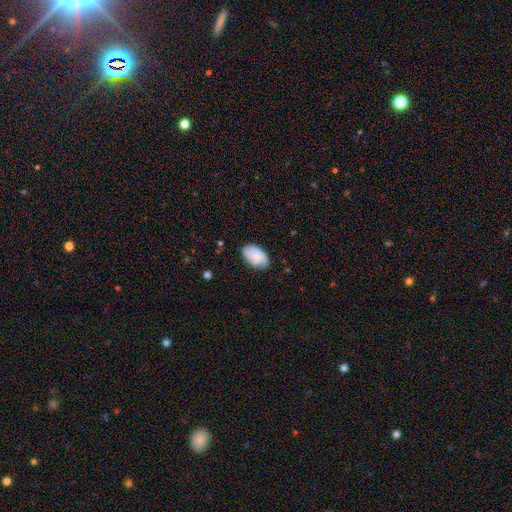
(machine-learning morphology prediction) Overall: smooth (63%; featured or disk 30%). How rounded: in between (92%). Merging: none (72%).